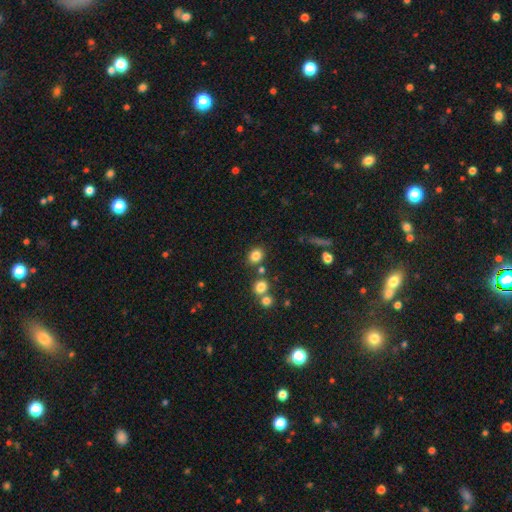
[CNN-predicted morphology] smooth 82%, star or artifact 12%, featured or disk 6%. Down the decision tree: how rounded — round (54%); merging — none (76%).